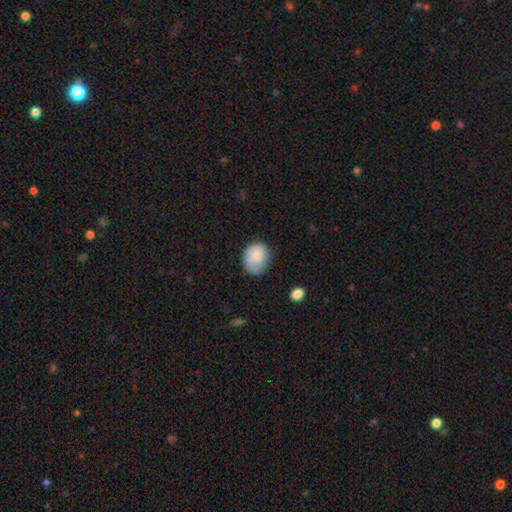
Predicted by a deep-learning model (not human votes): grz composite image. It shows a smooth galaxy with no disk features (84%) that is in between round and cigar-shaped (52%). Merging: none (65%).